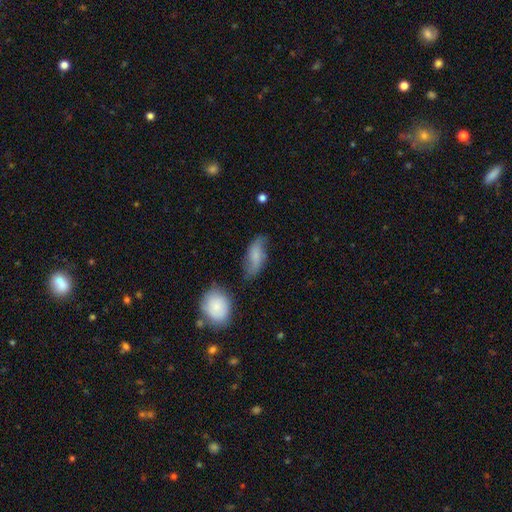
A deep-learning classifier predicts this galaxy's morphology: A smooth galaxy with no disk features (63%) that is in between round and cigar-shaped (78%). Merging: none (61%).